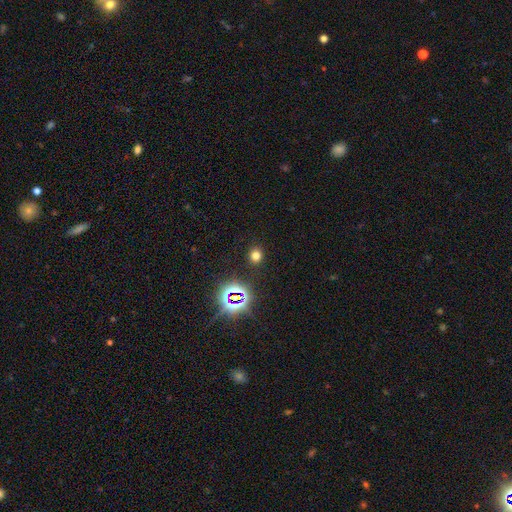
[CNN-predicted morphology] Smooth or featured: smooth — 68% (star or artifact — 26%)
How rounded: round — 80% (in between — 19%)
Merging: none — 89% (minor disturbance — 7%)